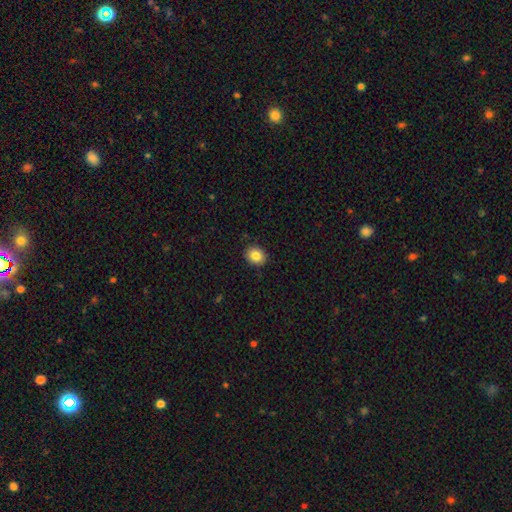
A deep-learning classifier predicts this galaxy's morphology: Smooth or featured? smooth (83%)
How rounded? round (59%)
Merging? none (89%)